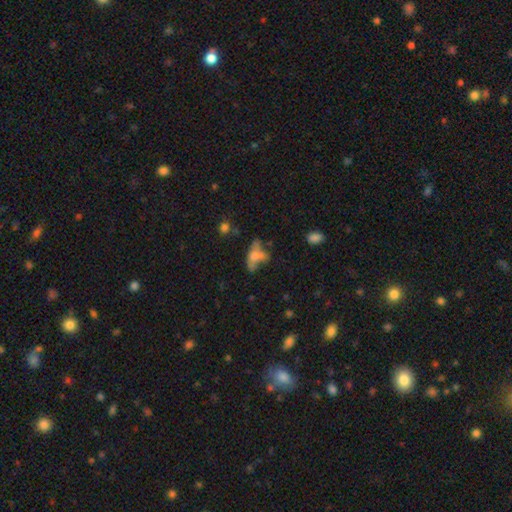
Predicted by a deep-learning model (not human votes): Morphology: type=smooth (50%); roundness=in between (72%); merging=none (32%).